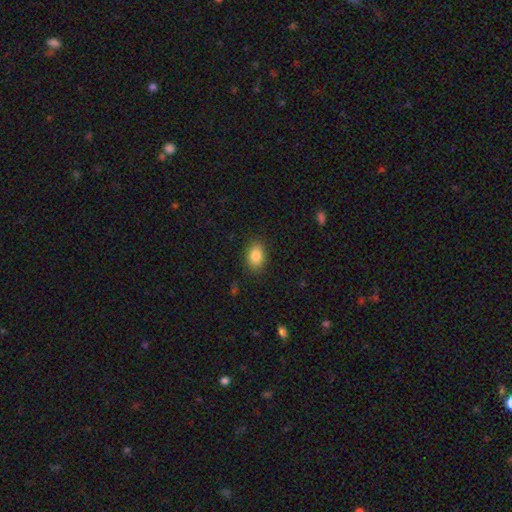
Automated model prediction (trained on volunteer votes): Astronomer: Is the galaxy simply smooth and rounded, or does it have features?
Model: smooth — 85%.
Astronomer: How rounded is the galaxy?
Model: in between — 82%.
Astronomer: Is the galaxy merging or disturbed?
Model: none — 87%.